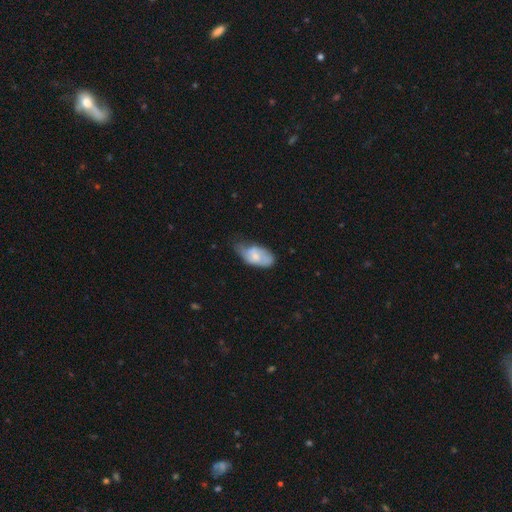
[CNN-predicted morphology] smooth 57%, featured or disk 37%, star or artifact 6%. Down the decision tree: how rounded — in between (92%); merging — minor disturbance (45%).